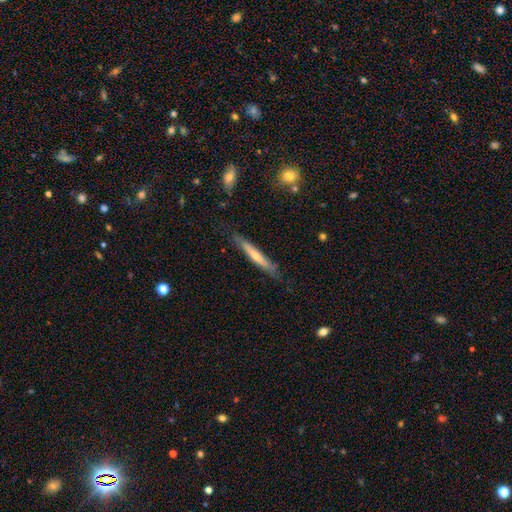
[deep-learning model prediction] Overall: smooth (49%; featured or disk 45%). Merging: none (78%).